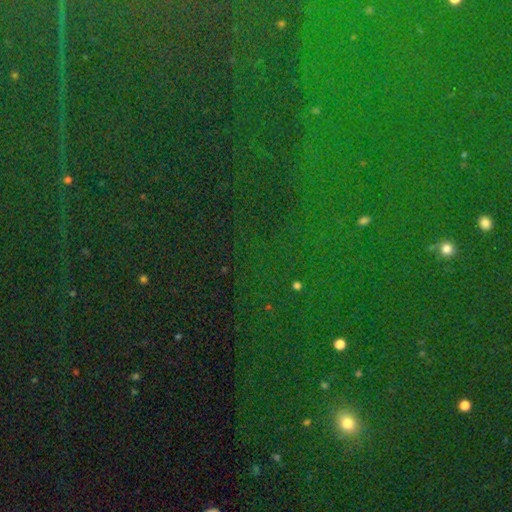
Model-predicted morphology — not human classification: The model was most divided on "smooth or featured": star or artifact: 82%, smooth: 10%, featured or disk: 8%.